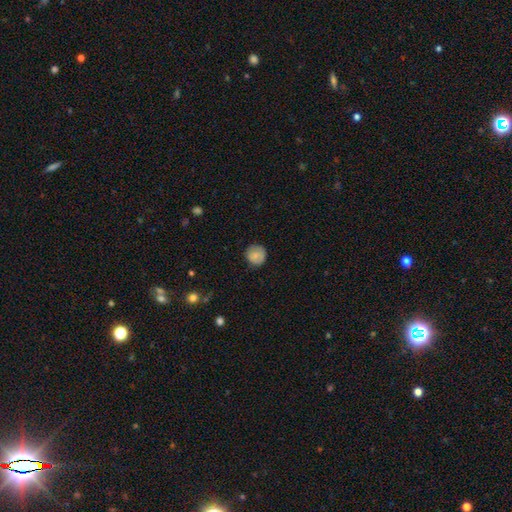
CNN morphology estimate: A smooth galaxy with no disk features (83%) that is round (93%).

Vote fractions:
- Smooth or featured? smooth: 83% / featured or disk: 9% / star or artifact: 8%
- How rounded? round: 93% / in between: 7% / cigar-shaped: 1%
- Merging? none: 84% / minor disturbance: 12% / major disturbance: 3% / merger: 1%